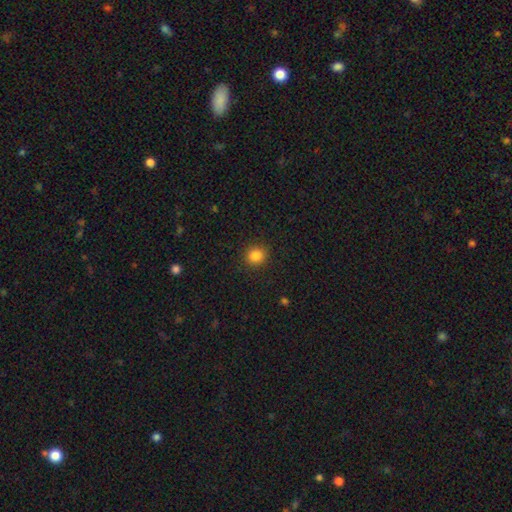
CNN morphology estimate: type=smooth (84%); roundness=round (89%); merging=none (91%).